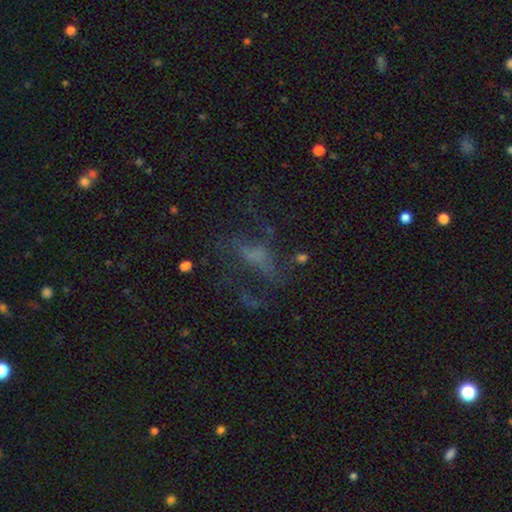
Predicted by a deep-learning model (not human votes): Q: Smooth or featured?
A: featured or disk (49%); runner-up: smooth (27%)
Q: Merging?
A: none (45%); runner-up: major disturbance (36%)